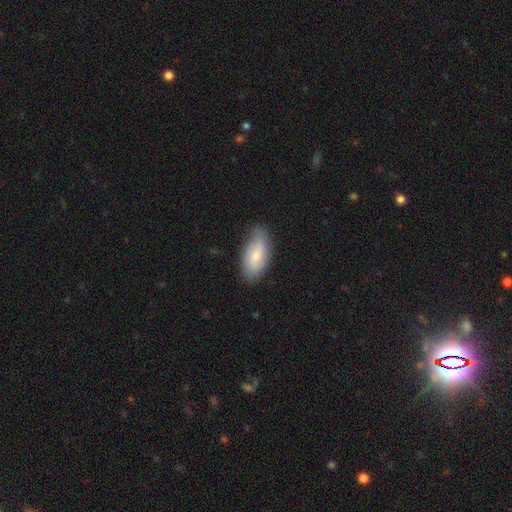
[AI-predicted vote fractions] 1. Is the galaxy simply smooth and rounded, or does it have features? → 70% smooth, 24% featured or disk, 6% star or artifact.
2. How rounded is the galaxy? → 89% in between, 9% cigar-shaped, 2% round.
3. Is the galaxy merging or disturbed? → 70% none, 24% minor disturbance, 4% major disturbance, 1% merger.